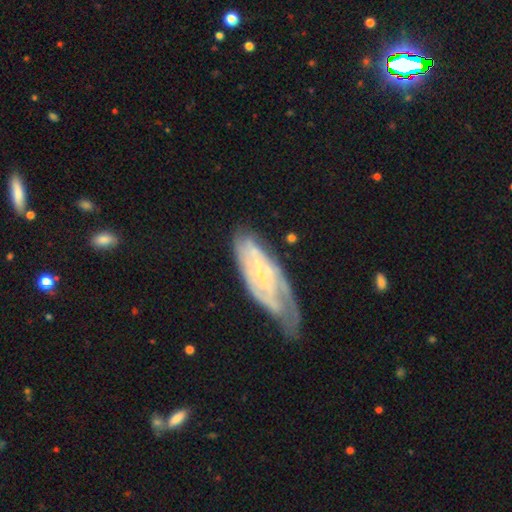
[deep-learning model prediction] This appears to be a featured or disk galaxy (79%) with no bar (46%), tight (59%) spiral arms (87%) and a small central bulge (75%). Merging: none (45%).